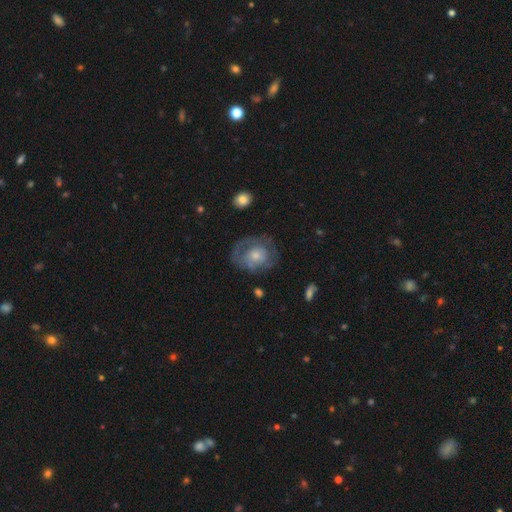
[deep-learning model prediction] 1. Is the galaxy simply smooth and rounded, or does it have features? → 54% featured or disk, 39% smooth, 7% star or artifact.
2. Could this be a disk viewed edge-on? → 97% no, 3% yes.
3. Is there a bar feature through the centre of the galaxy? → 82% no, 15% weak, 2% strong.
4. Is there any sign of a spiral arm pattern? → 54% yes, 46% no.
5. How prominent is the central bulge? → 43% small (tied), 43% moderate (tied), 8% large, 4% none, 2% dominant.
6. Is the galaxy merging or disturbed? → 56% none, 22% minor disturbance, 20% major disturbance, 2% merger.